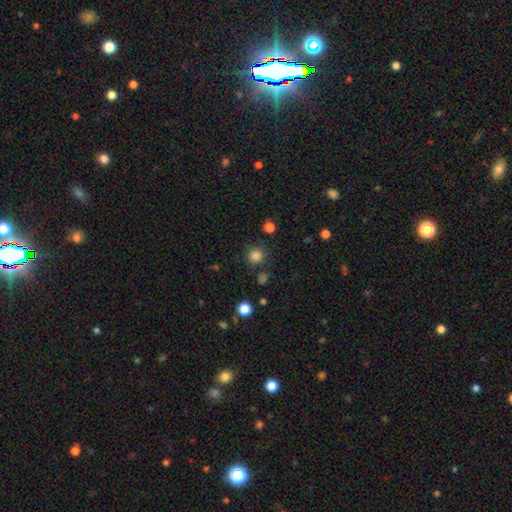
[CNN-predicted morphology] This appears to be a smooth galaxy with no disk features (83%) that is round (93%). Merging: none (84%).